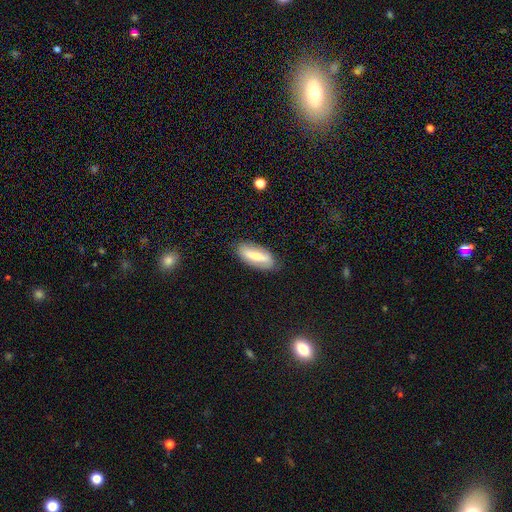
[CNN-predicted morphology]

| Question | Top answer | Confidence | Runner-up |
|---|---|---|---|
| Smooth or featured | smooth | 54% | featured or disk (40%) |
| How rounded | in between | 75% | cigar-shaped (23%) |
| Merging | none | 83% | minor disturbance (13%) |